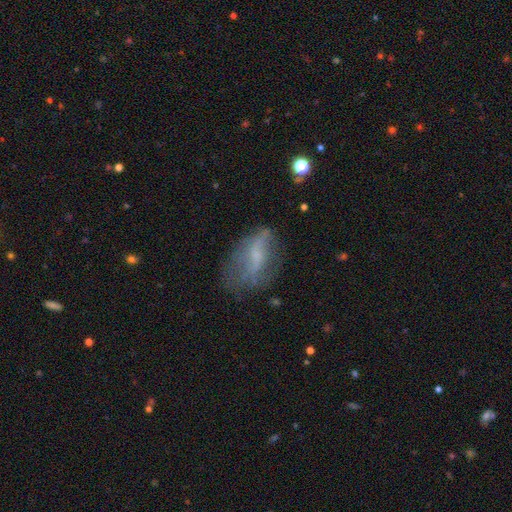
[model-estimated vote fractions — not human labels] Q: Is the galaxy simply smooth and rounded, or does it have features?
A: featured or disk — 46%.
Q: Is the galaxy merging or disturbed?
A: none — 46%.